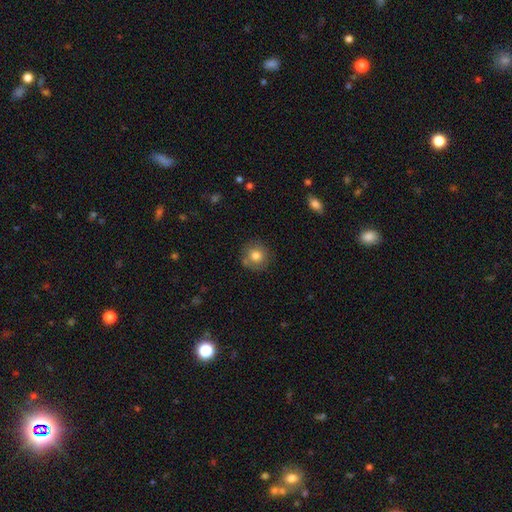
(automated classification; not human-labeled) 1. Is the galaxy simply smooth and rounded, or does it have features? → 78% smooth, 12% featured or disk, 10% star or artifact.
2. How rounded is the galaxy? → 91% round, 8% in between, 1% cigar-shaped.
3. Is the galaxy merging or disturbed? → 79% none, 13% minor disturbance, 5% merger, 3% major disturbance.